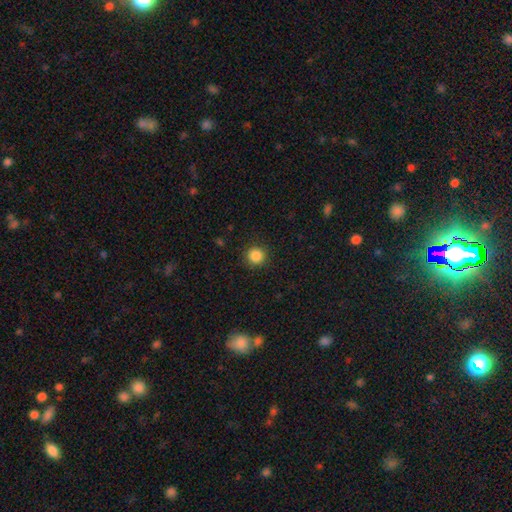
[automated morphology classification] smooth 86%, star or artifact 11%, featured or disk 3%. Down the decision tree: how rounded — round (95%); merging — none (91%).